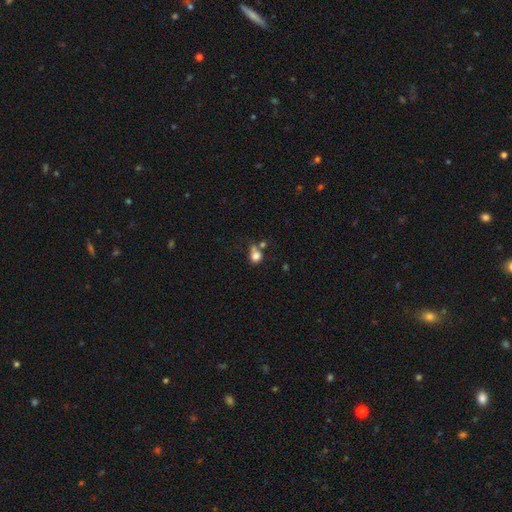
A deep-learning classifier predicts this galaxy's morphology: smooth-or-featured: smooth: 76% | star or artifact: 12% | featured or disk: 12%
  how-rounded: round: 59% | in between: 39% | cigar-shaped: 2%
  merging: none: 34% | merger: 32% | minor disturbance: 19% | major disturbance: 15%